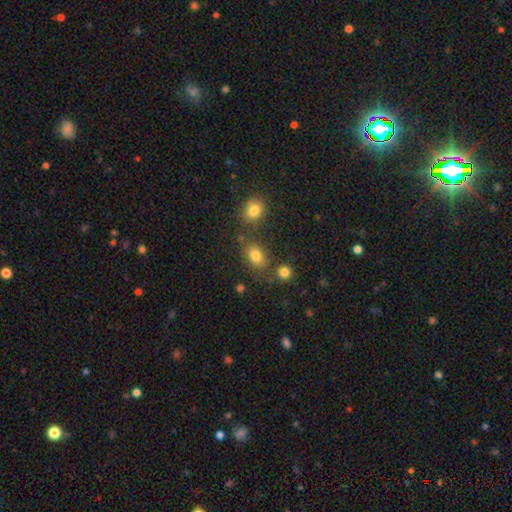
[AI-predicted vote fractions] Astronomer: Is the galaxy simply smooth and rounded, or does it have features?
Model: smooth — 80%.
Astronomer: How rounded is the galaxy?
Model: in between — 69%.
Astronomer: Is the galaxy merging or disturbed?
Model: none — 70%.